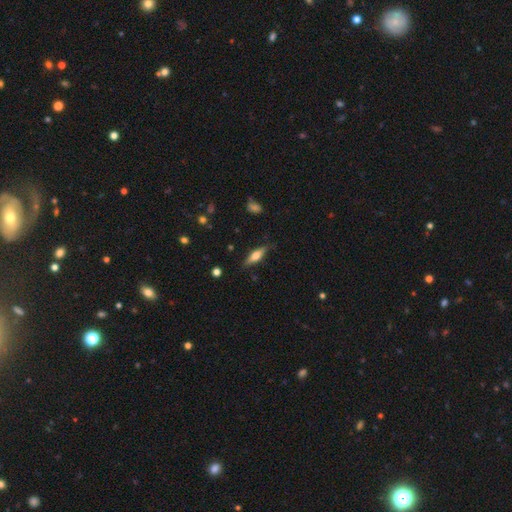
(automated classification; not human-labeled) Smooth or featured?
  - smooth: 53% *
  - featured or disk: 41%
  - star or artifact: 7%
How rounded?
  - cigar-shaped: 55% *
  - in between: 43%
  - round: 2%
Merging?
  - none: 81% *
  - minor disturbance: 14%
  - major disturbance: 3%
  - merger: 1%